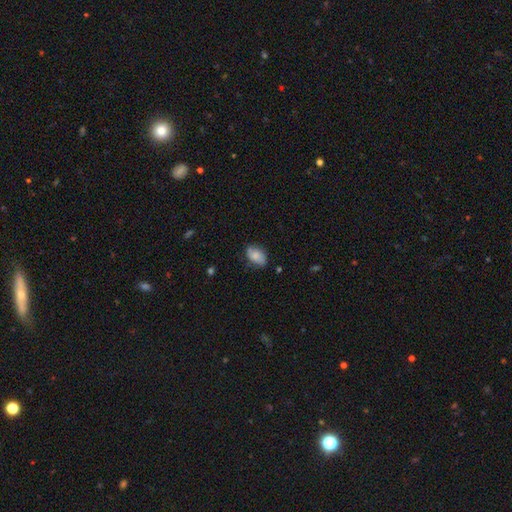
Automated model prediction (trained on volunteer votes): A smooth galaxy with no disk features (77%) that is in between round and cigar-shaped (87%).

Vote fractions:
- Smooth or featured? smooth: 77% / featured or disk: 16% / star or artifact: 8%
- How rounded? in between: 87% / round: 12% / cigar-shaped: 1%
- Merging? none: 71% / minor disturbance: 23% / major disturbance: 5% / merger: 2%